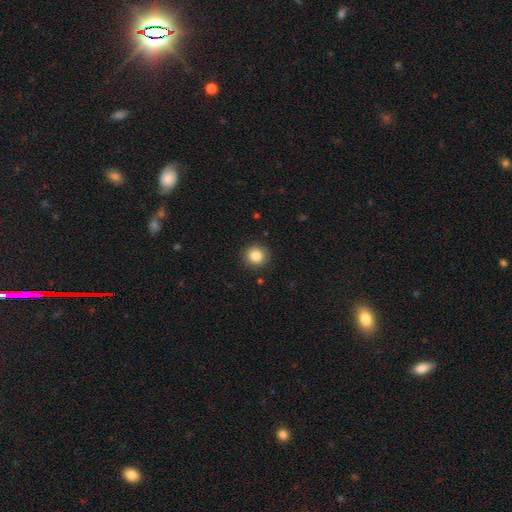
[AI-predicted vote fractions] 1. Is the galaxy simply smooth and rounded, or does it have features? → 85% smooth, 10% star or artifact, 5% featured or disk.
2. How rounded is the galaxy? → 93% round, 6% in between, 1% cigar-shaped.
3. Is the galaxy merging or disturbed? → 91% none, 6% minor disturbance, 2% major disturbance, 1% merger.